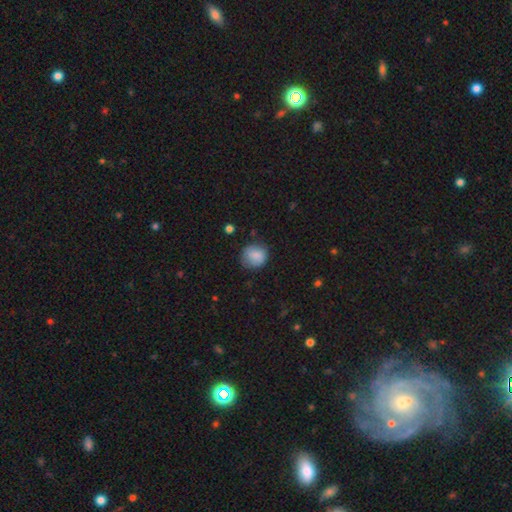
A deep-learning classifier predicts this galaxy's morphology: Overall: smooth (84%). How rounded: round (79%). Merging: none (70%).